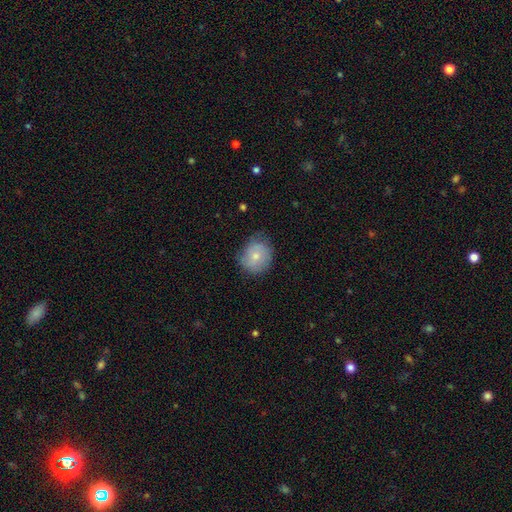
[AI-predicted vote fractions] A smooth galaxy with no disk features (70%) that is round (78%). Merging: none (68%).